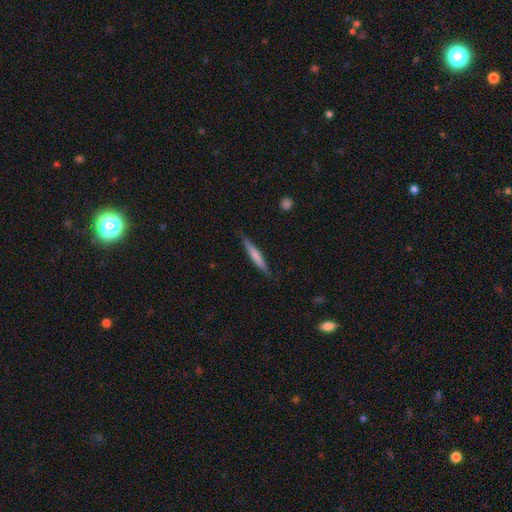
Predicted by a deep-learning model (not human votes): A smooth galaxy with no disk features (63%) that is cigar-shaped (94%).

Vote fractions:
- Smooth or featured? smooth: 63% / featured or disk: 31% / star or artifact: 5%
- How rounded? cigar-shaped: 94% / in between: 5% / round: 1%
- Merging? none: 86% / minor disturbance: 11% / major disturbance: 2% / merger: 1%